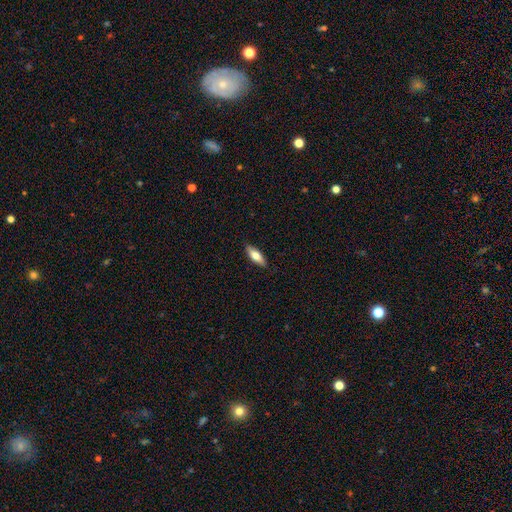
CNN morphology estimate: smooth 69%, featured or disk 25%, star or artifact 6%. Down the decision tree: how rounded — in between (65%); merging — none (88%).